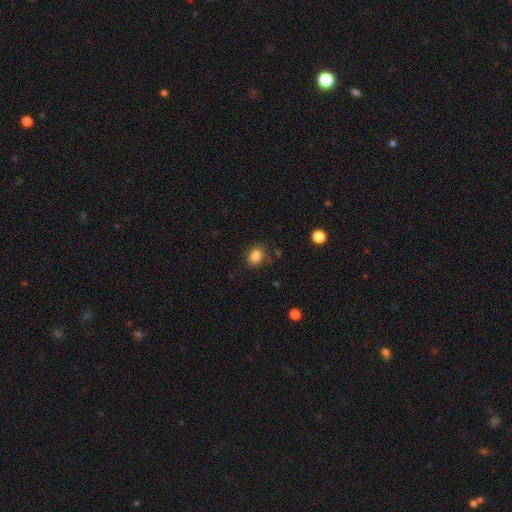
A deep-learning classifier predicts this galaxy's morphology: smooth 85%, star or artifact 10%, featured or disk 5%. Down the decision tree: how rounded — in between (57%); merging — none (80%).